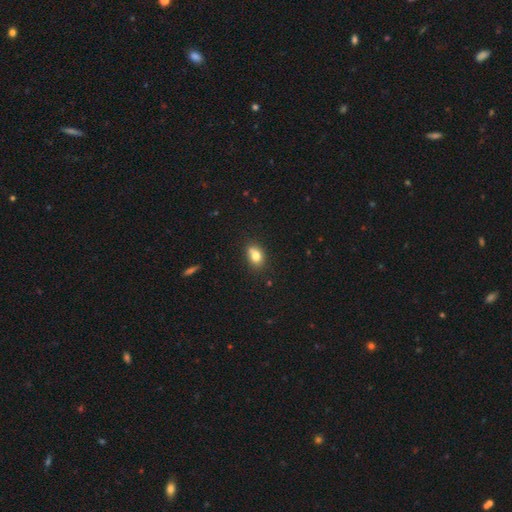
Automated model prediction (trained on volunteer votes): The model was most divided on "how rounded": in between: 64%, round: 35%, cigar-shaped: 2%. More confident: smooth or featured — smooth (77%); merging — none (59%).